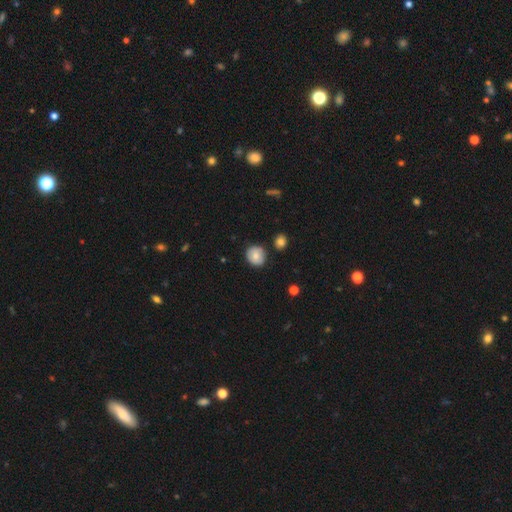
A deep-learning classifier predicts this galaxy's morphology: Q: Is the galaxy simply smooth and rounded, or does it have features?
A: smooth — 76%.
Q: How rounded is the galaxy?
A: round — 82%.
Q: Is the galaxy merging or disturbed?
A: none — 81%.